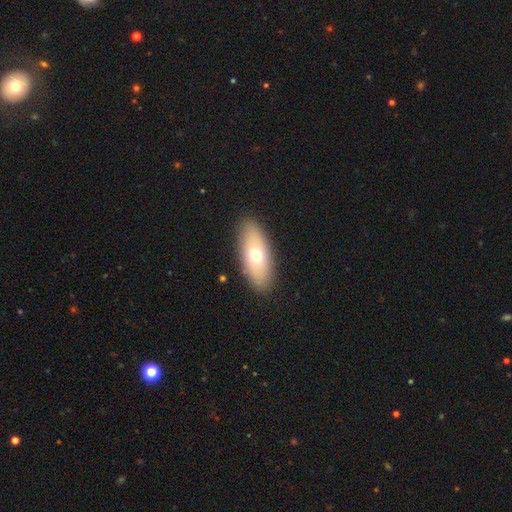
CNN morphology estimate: A smooth galaxy with no disk features (65%) that is in between round and cigar-shaped (83%). Merging: none (88%).